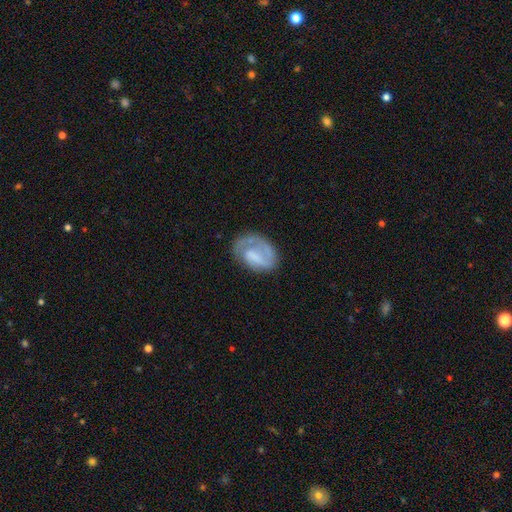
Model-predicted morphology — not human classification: Overall: featured or disk (59%; smooth 34%). Edge-on disk: no (97%). Bar: weak (40%, tied with no). Spiral arms: yes (77%). Bulge size: none (47%; moderate 21%). Merging: none (54%; minor disturbance 24%).